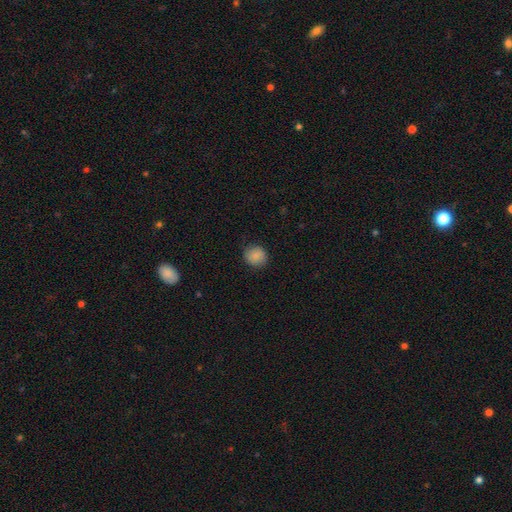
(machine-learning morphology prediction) A smooth galaxy with no disk features (87%) that is round (87%). Merging: none (86%).